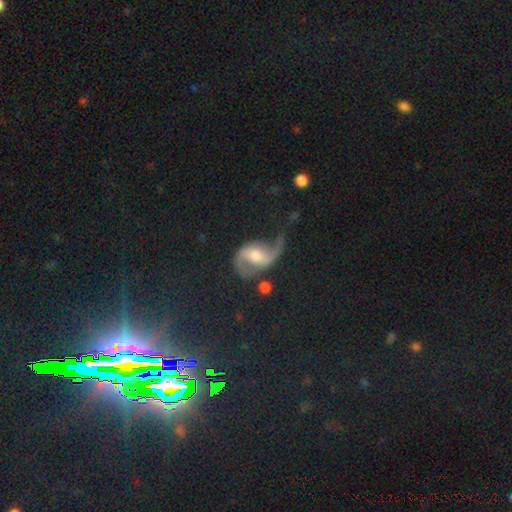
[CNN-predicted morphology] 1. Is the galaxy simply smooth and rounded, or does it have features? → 81% featured or disk, 11% smooth, 8% star or artifact.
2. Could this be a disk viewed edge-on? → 97% no, 3% yes.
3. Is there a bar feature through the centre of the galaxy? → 42% weak, 36% no, 22% strong.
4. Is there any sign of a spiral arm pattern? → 94% yes, 6% no.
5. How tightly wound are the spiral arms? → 64% loose, 28% medium, 8% tight.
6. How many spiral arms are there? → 83% 2, 11% 1, 3% can't tell, 1% 3, 1% 4, 1% more than 4.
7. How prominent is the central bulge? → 63% moderate, 25% small, 8% large, 3% none, 2% dominant.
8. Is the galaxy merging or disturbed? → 50% none, 23% minor disturbance, 23% major disturbance, 5% merger.